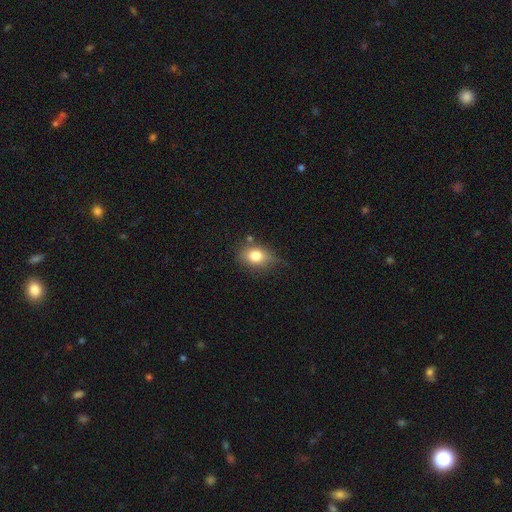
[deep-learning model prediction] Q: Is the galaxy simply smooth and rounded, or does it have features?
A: smooth — 77%.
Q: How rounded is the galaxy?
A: in between — 60%.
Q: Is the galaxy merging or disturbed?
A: none — 58%.